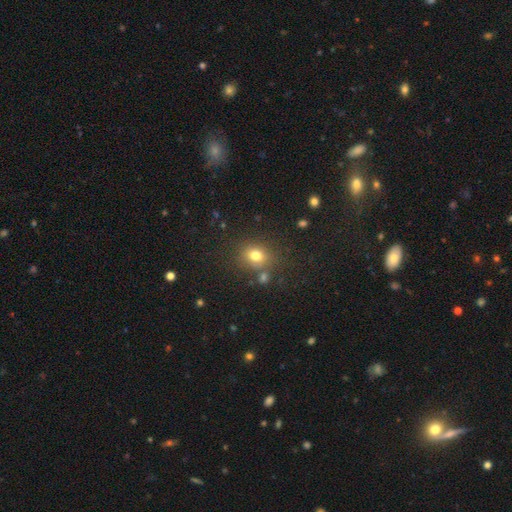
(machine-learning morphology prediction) Smooth or featured?
  - smooth: 76% *
  - star or artifact: 15%
  - featured or disk: 9%
How rounded?
  - round: 64% *
  - in between: 35%
  - cigar-shaped: 1%
Merging?
  - none: 74% *
  - minor disturbance: 12%
  - merger: 10%
  - major disturbance: 4%